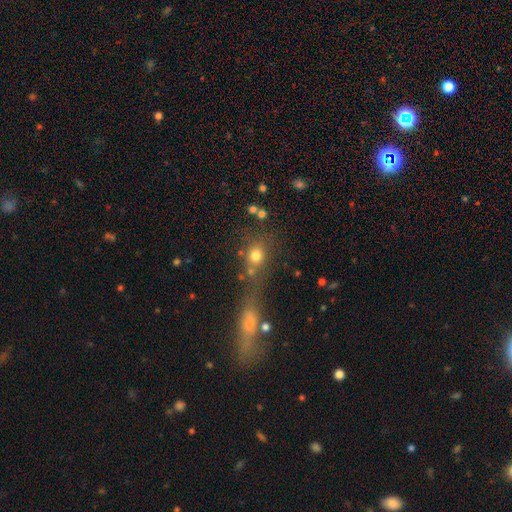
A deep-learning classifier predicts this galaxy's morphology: Smooth or featured? Predicted: smooth (p=0.73). How rounded? Predicted: round (p=0.72). Merging? Predicted: none (p=0.47).